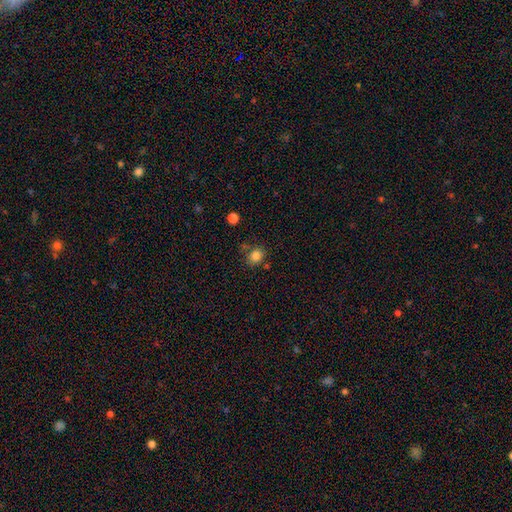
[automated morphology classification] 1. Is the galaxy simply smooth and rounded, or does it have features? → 83% smooth, 11% star or artifact, 5% featured or disk.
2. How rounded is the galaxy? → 58% round, 41% in between, 1% cigar-shaped.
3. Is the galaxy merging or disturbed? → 71% none, 15% minor disturbance, 9% merger, 5% major disturbance.